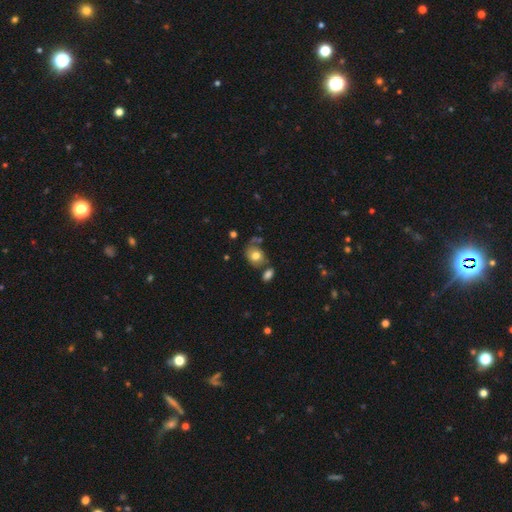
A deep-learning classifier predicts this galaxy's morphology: Smooth or featured? Predicted: smooth (p=0.74). How rounded? Predicted: round (p=0.52). Merging? Predicted: none (p=0.53).